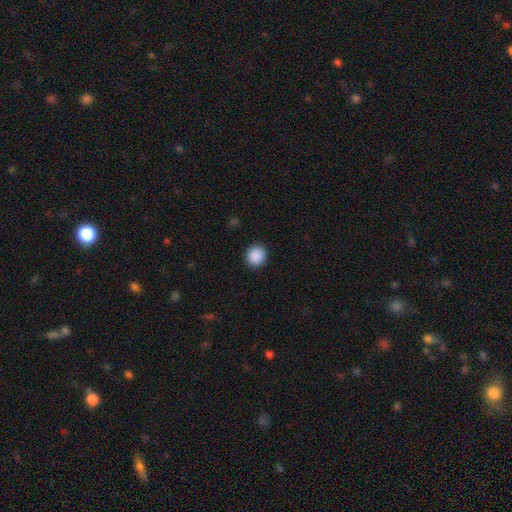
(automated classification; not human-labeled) Smooth or featured?
  - smooth: 90% *
  - star or artifact: 8%
  - featured or disk: 2%
How rounded?
  - round: 83% *
  - in between: 17%
  - cigar-shaped: 1%
Merging?
  - none: 91% *
  - minor disturbance: 6%
  - major disturbance: 2%
  - merger: 1%